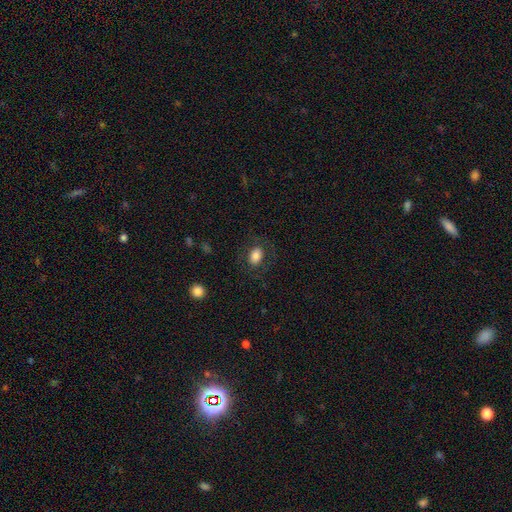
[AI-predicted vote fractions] This appears to be a smooth galaxy with no disk features (80%) that is in between round and cigar-shaped (78%). Merging: none (77%).